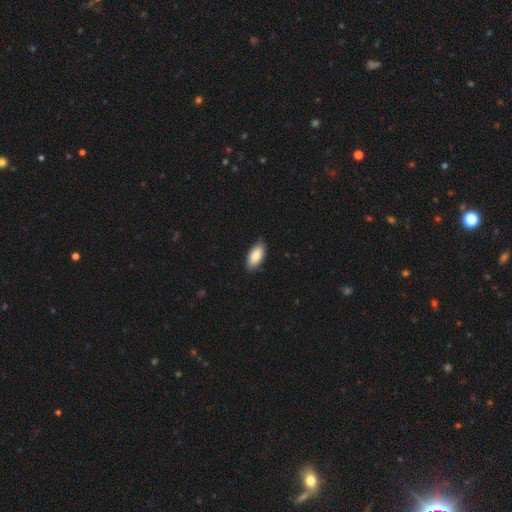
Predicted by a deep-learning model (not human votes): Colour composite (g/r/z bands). It shows a smooth galaxy with no disk features (89%) that is in between round and cigar-shaped (92%). Merging: none (85%).